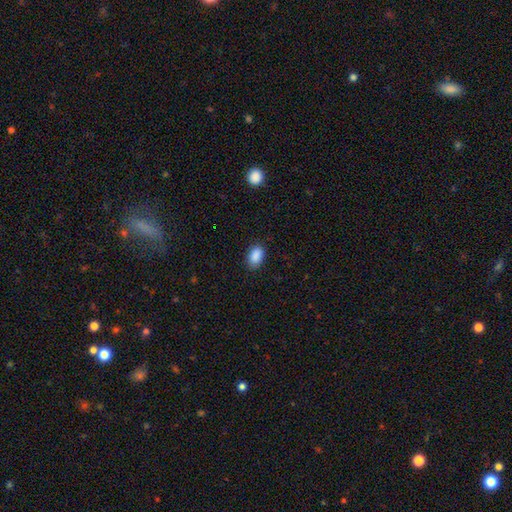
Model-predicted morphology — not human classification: Overall: smooth (89%). How rounded: in between (90%). Merging: none (86%).